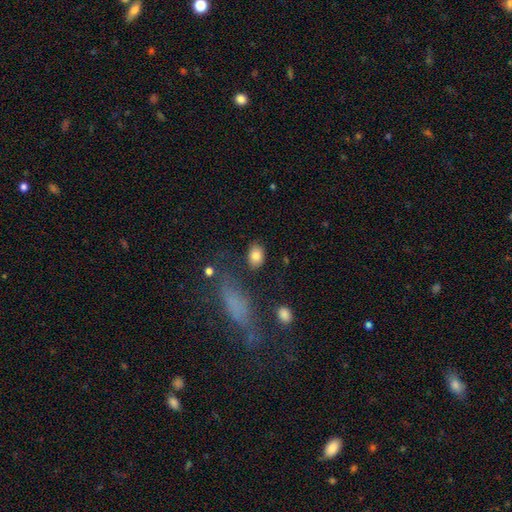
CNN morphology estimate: smooth 84%, star or artifact 9%, featured or disk 8%. Down the decision tree: how rounded — in between (80%); merging — none (79%).